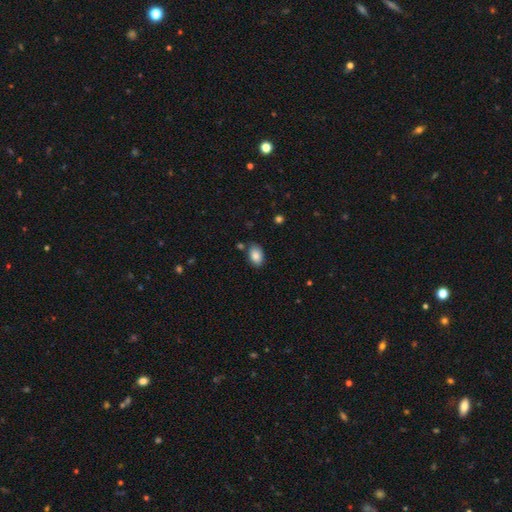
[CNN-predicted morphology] A smooth galaxy with no disk features (86%) that is in between round and cigar-shaped (87%).

Vote fractions:
- Smooth or featured? smooth: 86% / star or artifact: 7% / featured or disk: 6%
- How rounded? in between: 87% / round: 12% / cigar-shaped: 1%
- Merging? none: 80% / minor disturbance: 13% / merger: 4% / major disturbance: 3%